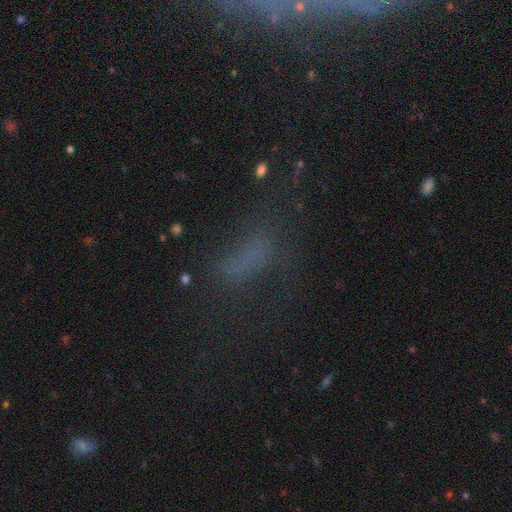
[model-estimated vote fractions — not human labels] Q: Smooth or featured?
A: smooth (40%); runner-up: star or artifact (34%)
Q: Merging?
A: none (51%); runner-up: major disturbance (22%)